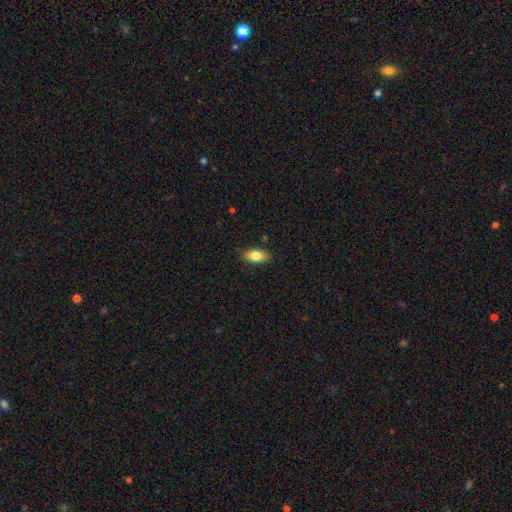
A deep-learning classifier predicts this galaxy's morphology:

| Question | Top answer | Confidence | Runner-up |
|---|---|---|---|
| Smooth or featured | smooth | 80% | featured or disk (12%) |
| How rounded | in between | 89% | round (6%) |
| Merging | none | 85% | minor disturbance (12%) |